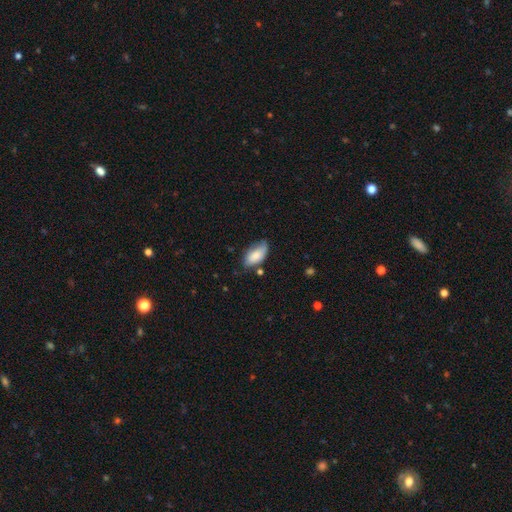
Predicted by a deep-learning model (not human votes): The model was most divided on "merging": none: 55%, minor disturbance: 33%, major disturbance: 8%, merger: 4%. More confident: how rounded — in between (93%); smooth or featured — smooth (76%).